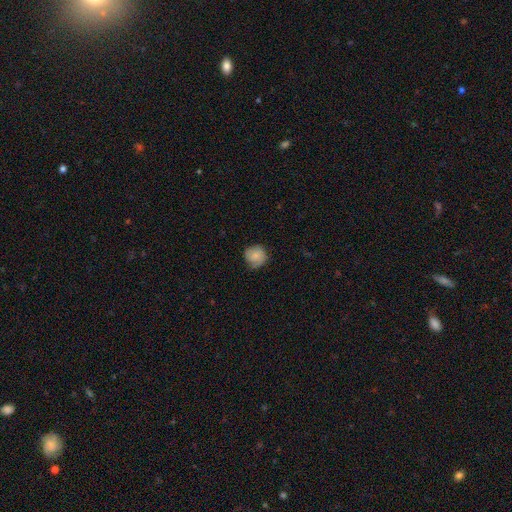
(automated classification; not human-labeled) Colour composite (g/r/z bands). It shows a smooth galaxy with no disk features (77%) that is round (89%). Merging: none (70%).